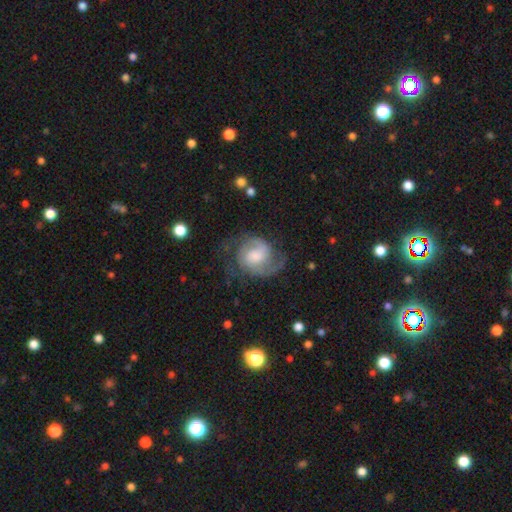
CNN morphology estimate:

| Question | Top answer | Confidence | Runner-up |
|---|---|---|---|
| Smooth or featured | featured or disk | 80% | smooth (14%) |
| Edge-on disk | no | 98% | yes (2%) |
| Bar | no | 60% | weak (34%) |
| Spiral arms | yes | 95% | no (5%) |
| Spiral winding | medium | 47% | tight (35%) |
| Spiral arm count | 2 | 74% | can't tell (10%) |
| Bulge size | moderate | 38% | large (26%) |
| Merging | none | 62% | minor disturbance (19%) |